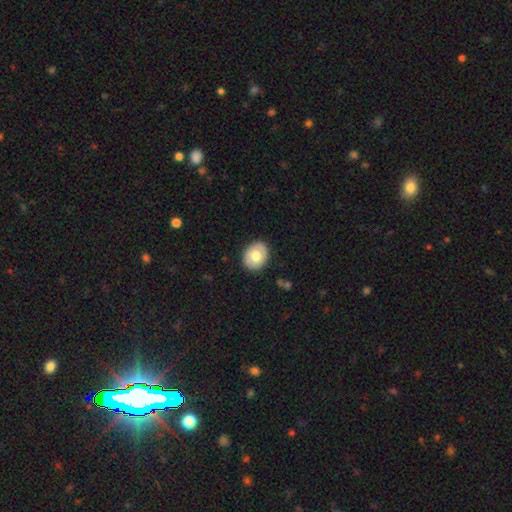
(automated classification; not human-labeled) smooth-or-featured: smooth: 67% | featured or disk: 27% | star or artifact: 6%
  how-rounded: round: 50% | in between: 49% | cigar-shaped: 1%
  merging: none: 88% | minor disturbance: 9% | major disturbance: 2% | merger: 1%